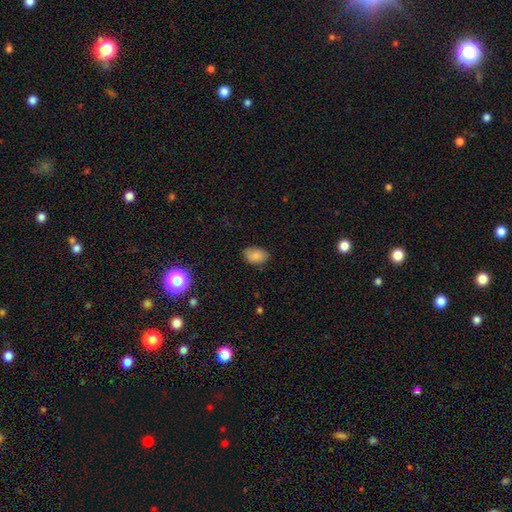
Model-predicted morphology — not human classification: smooth 84%, star or artifact 9%, featured or disk 7%. Down the decision tree: how rounded — in between (86%); merging — none (80%).